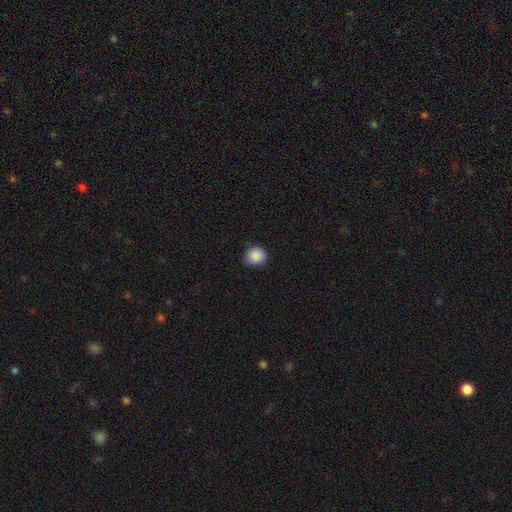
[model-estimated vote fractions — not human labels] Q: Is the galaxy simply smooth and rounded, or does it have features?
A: smooth — 88%.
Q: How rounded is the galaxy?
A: round — 85%.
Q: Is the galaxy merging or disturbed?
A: none — 78%.